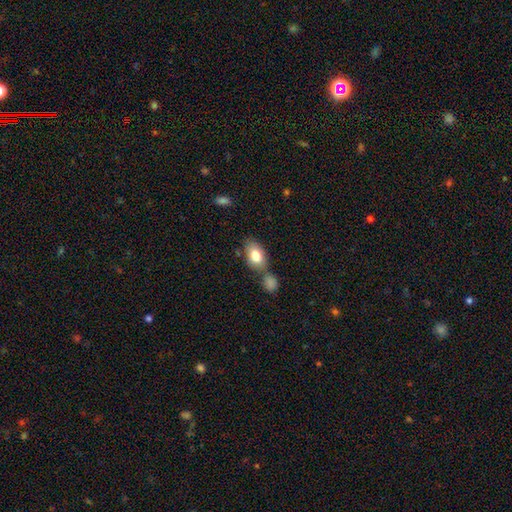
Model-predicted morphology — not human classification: This appears to be a smooth galaxy with no disk features (79%) that is in between round and cigar-shaped (88%). Merging: none (59%).